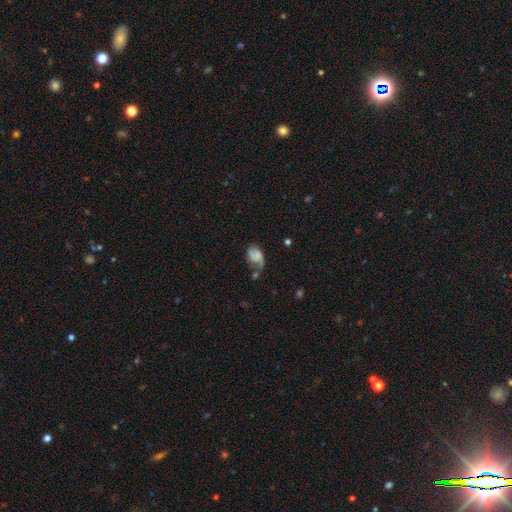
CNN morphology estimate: smooth-or-featured: smooth: 55% | featured or disk: 34% | star or artifact: 11%
  how-rounded: in between: 75% | round: 24% | cigar-shaped: 1%
  merging: minor disturbance: 29% (tied) | major disturbance: 29% (tied) | none: 29% (tied) | merger: 12%